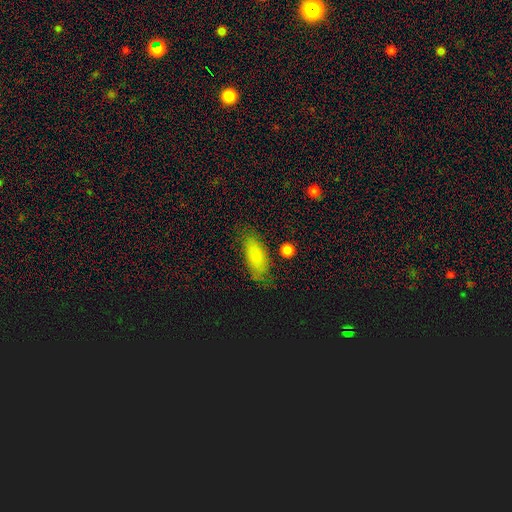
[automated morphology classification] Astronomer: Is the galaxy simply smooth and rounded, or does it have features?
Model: smooth — 79%.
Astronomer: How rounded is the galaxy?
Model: in between — 78%.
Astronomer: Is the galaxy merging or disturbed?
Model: none — 70%.